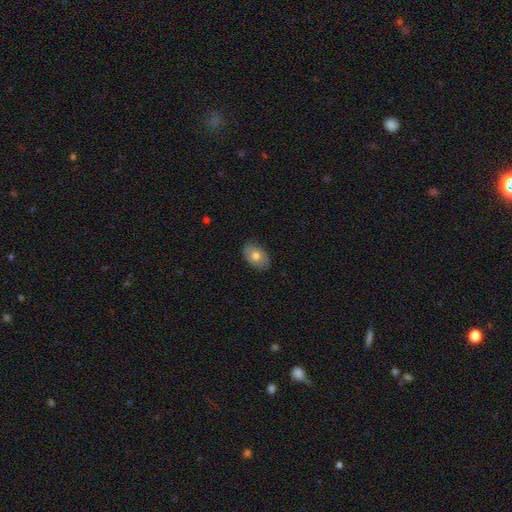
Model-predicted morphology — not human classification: smooth-or-featured: smooth: 67% | featured or disk: 26% | star or artifact: 7%
  how-rounded: in between: 86% | round: 13% | cigar-shaped: 1%
  merging: none: 83% | minor disturbance: 13% | major disturbance: 3% | merger: 1%